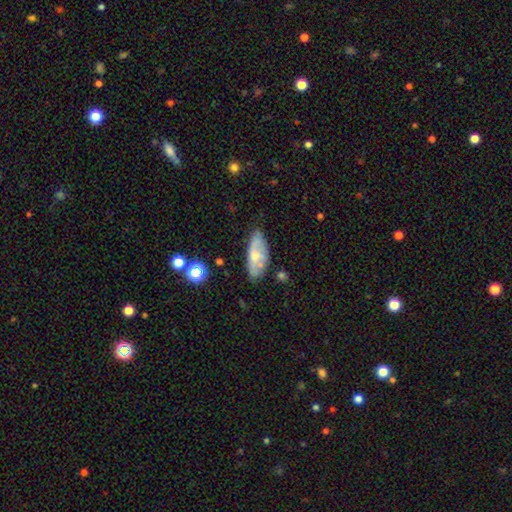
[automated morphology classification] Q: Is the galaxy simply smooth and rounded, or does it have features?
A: smooth — 53%.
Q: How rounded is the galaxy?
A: in between — 85%.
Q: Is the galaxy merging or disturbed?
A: none — 63%.